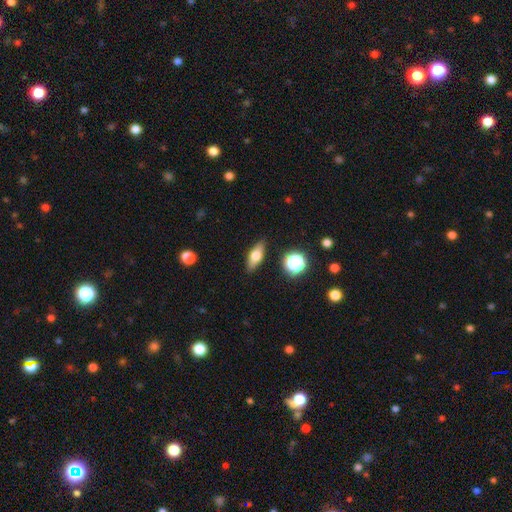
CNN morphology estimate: smooth-or-featured: smooth: 62% | featured or disk: 29% | star or artifact: 9%
  how-rounded: in between: 63% | cigar-shaped: 30% | round: 8%
  merging: none: 87% | minor disturbance: 9% | major disturbance: 2% | merger: 2%